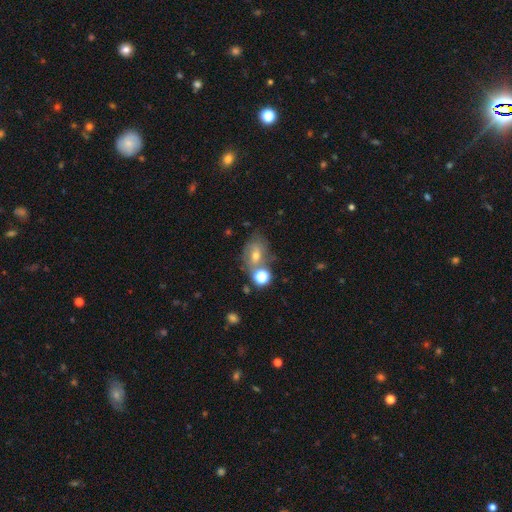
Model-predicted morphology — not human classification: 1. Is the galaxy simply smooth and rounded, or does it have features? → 54% smooth, 29% featured or disk, 16% star or artifact.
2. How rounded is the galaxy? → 66% in between, 32% round, 2% cigar-shaped.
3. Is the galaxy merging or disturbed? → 46% none, 24% merger, 19% minor disturbance, 11% major disturbance.